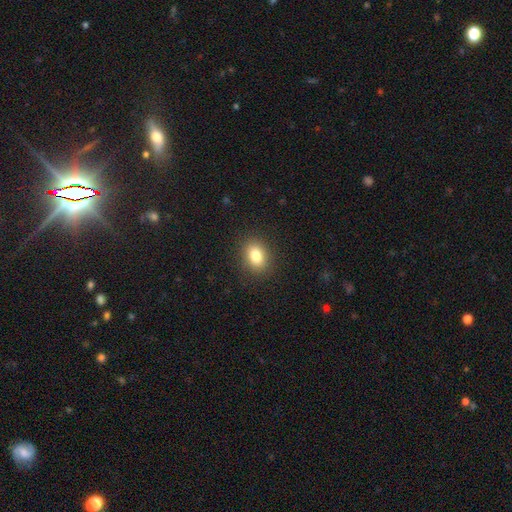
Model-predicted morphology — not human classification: A smooth galaxy with no disk features (83%) that is in between round and cigar-shaped (70%).

Vote fractions:
- Smooth or featured? smooth: 83% / star or artifact: 10% / featured or disk: 7%
- How rounded? in between: 70% / round: 29% / cigar-shaped: 1%
- Merging? none: 88% / minor disturbance: 8% / major disturbance: 3% / merger: 1%